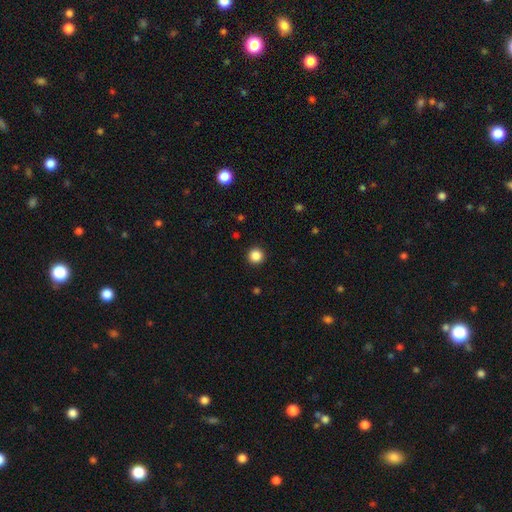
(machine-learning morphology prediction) smooth 86%, star or artifact 11%, featured or disk 3%. Down the decision tree: how rounded — round (96%); merging — none (93%).